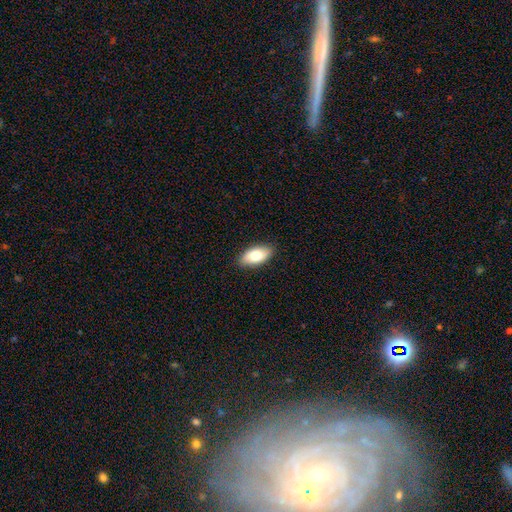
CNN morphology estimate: Smooth or featured: smooth — 78% (featured or disk — 15%)
How rounded: in between — 93% (cigar-shaped — 4%)
Merging: none — 88% (minor disturbance — 9%)